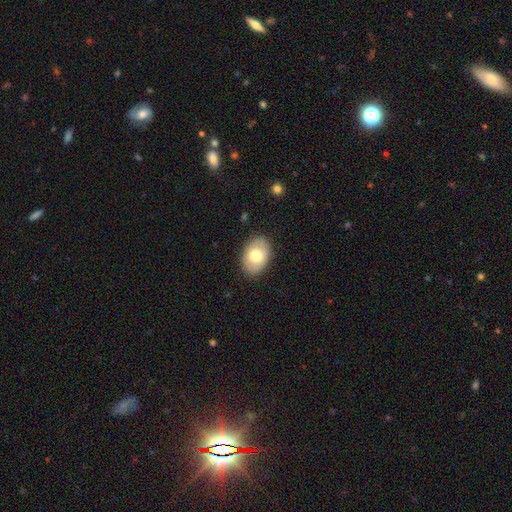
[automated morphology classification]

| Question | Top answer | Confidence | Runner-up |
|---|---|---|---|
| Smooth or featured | smooth | 71% | featured or disk (23%) |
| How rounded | in between | 82% | round (17%) |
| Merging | none | 87% | minor disturbance (10%) |